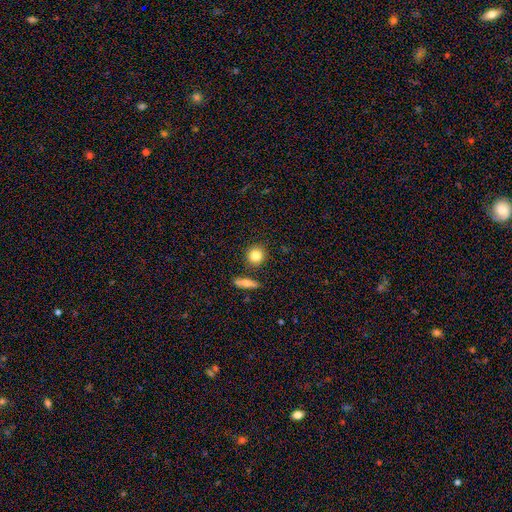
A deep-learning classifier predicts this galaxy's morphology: This is clearly a smooth galaxy (82%). How rounded: clearly round (88%). Merging: clearly none (85%).